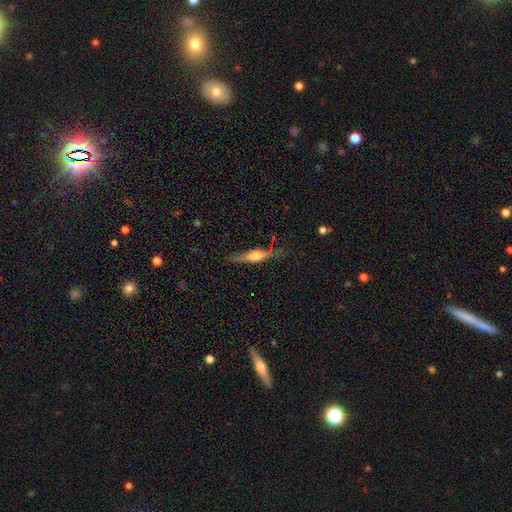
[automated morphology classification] Smooth or featured: featured or disk — 62% (smooth — 30%)
Edge-on disk: yes — 95% (no — 5%)
Edge-on bulge: rounded — 81% (boxy — 14%)
Merging: none — 79% (minor disturbance — 15%)